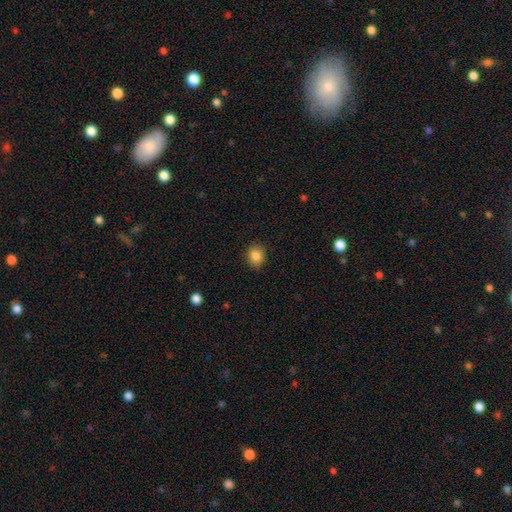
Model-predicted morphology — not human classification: type=smooth (86%); roundness=round (65%); merging=none (89%).